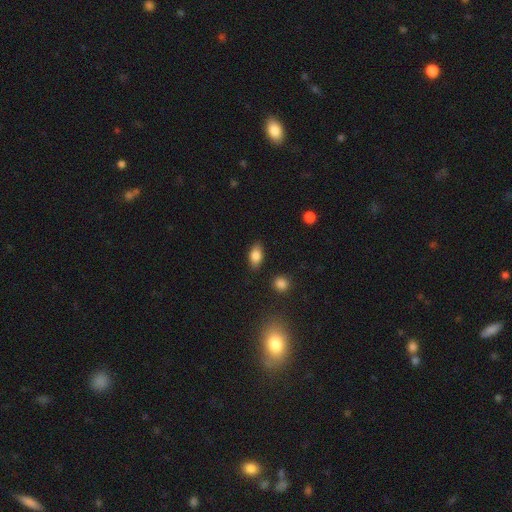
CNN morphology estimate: smooth-or-featured: smooth: 82% | featured or disk: 10% | star or artifact: 8%
  how-rounded: in between: 88% | round: 7% | cigar-shaped: 5%
  merging: none: 85% | minor disturbance: 11% | major disturbance: 3% | merger: 2%